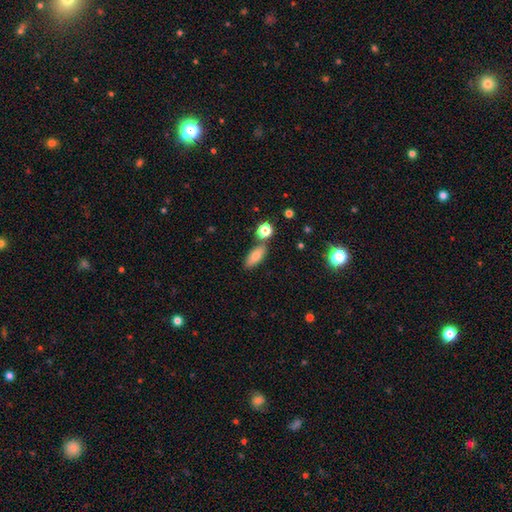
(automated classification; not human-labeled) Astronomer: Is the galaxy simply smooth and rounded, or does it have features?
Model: smooth — 78%.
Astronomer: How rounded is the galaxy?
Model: in between — 78%.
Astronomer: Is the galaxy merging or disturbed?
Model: none — 71%.